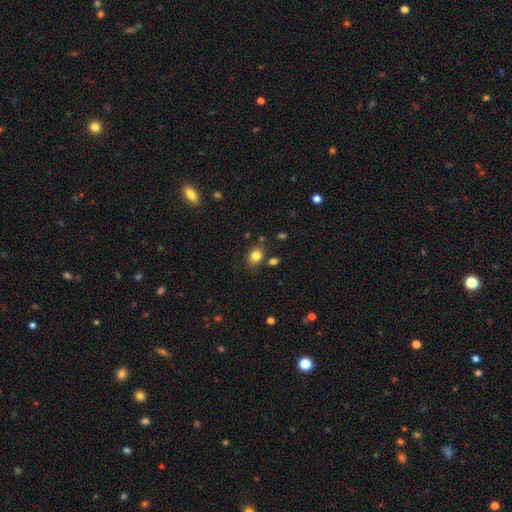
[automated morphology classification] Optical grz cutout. It shows a smooth galaxy with no disk features (82%) that is in between round and cigar-shaped (61%). Merging: none (79%).